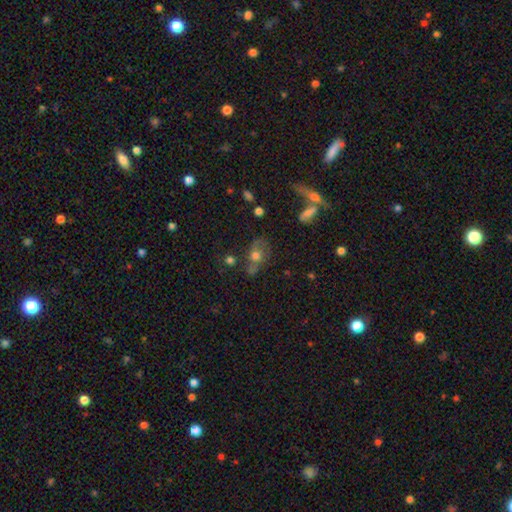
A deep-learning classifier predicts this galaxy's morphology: This appears to be a smooth galaxy with no disk features (59%) that is in between round and cigar-shaped (61%). Merging: none (48%).